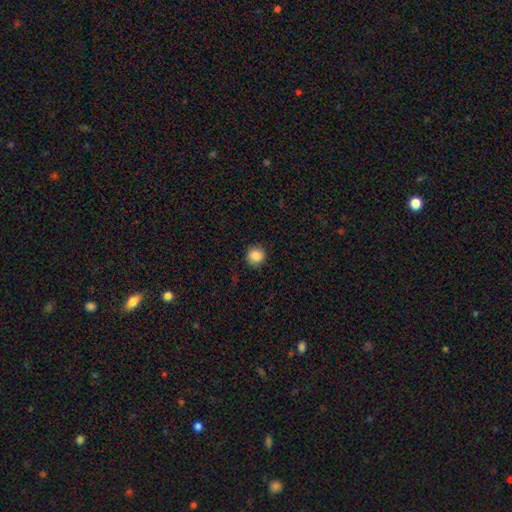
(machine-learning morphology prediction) type=smooth (87%); roundness=round (92%); merging=none (89%).